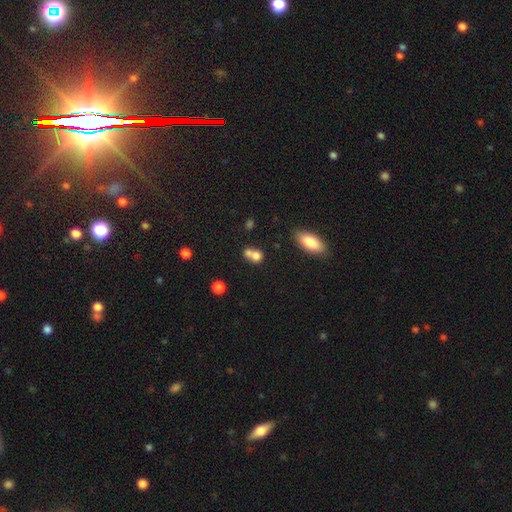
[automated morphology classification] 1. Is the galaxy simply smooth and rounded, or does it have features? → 76% smooth, 13% featured or disk, 10% star or artifact.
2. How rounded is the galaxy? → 52% round, 45% in between, 3% cigar-shaped.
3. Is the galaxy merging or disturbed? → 56% merger, 29% none, 10% minor disturbance, 5% major disturbance.